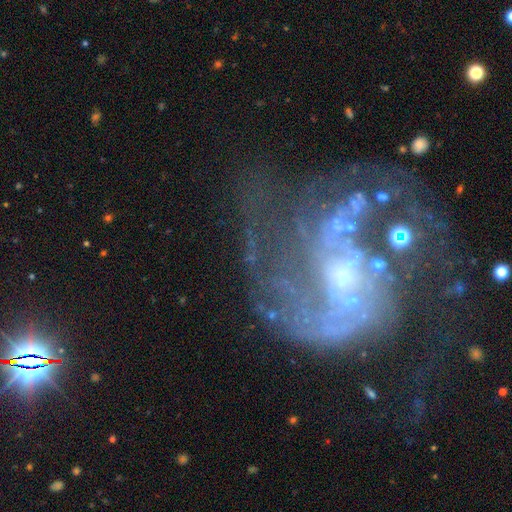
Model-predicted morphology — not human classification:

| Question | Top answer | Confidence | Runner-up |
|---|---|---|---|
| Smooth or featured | featured or disk | 85% | star or artifact (9%) |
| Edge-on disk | no | 98% | yes (2%) |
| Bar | no | 51% | weak (38%) |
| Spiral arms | yes | 89% | no (11%) |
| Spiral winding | medium | 45% | loose (32%) |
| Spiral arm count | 2 | 47% | can't tell (21%) |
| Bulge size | small | 45% | moderate (36%) |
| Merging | major disturbance | 39% | none (37%) |